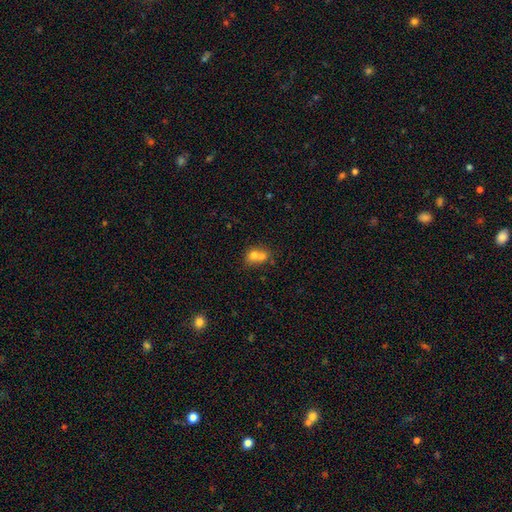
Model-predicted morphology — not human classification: A smooth galaxy with no disk features (70%) that is round (63%).

Vote fractions:
- Smooth or featured? smooth: 70% / featured or disk: 19% / star or artifact: 11%
- How rounded? round: 63% / in between: 36% / cigar-shaped: 1%
- Merging? merger: 65% / none: 25% / minor disturbance: 7% / major disturbance: 3%